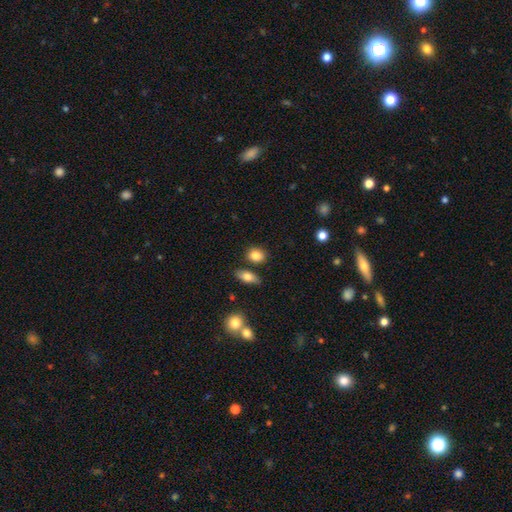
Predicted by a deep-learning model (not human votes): Q: Smooth or featured?
A: smooth (84%); runner-up: star or artifact (8%)
Q: How rounded?
A: in between (58%); runner-up: round (39%)
Q: Merging?
A: none (78%); runner-up: minor disturbance (11%)